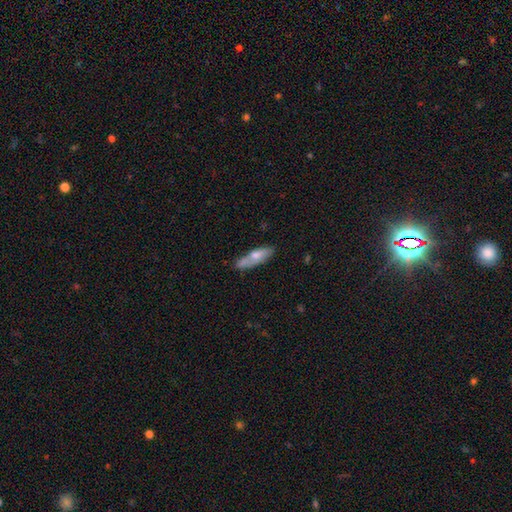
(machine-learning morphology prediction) This appears to be a smooth galaxy with no disk features (60%) that is cigar-shaped (58%). Merging: none (70%).